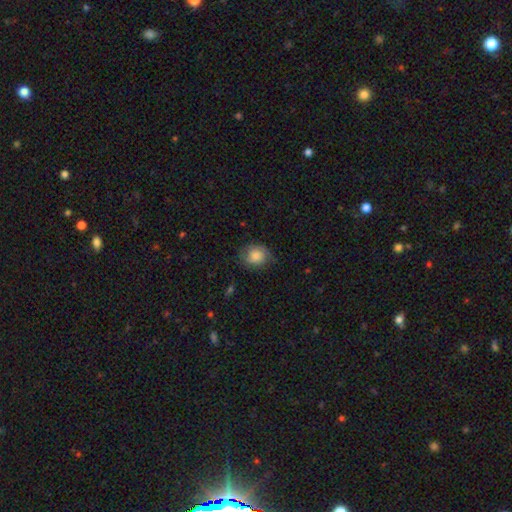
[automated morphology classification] smooth-or-featured: smooth: 77% | featured or disk: 15% | star or artifact: 8%
  how-rounded: round: 66% | in between: 33% | cigar-shaped: 1%
  merging: none: 70% | minor disturbance: 23% | major disturbance: 6% | merger: 1%